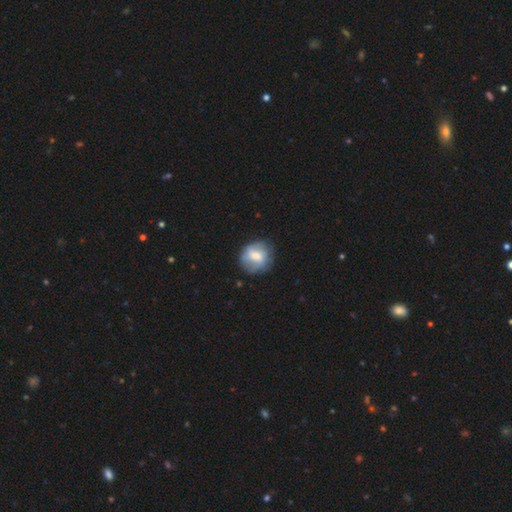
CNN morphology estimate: smooth_or_featured: smooth (p=0.59) [alt: featured or disk p=0.33]
how_rounded: round (p=0.82) [alt: in between p=0.17]
merging: none (p=0.73) [alt: minor disturbance p=0.19]